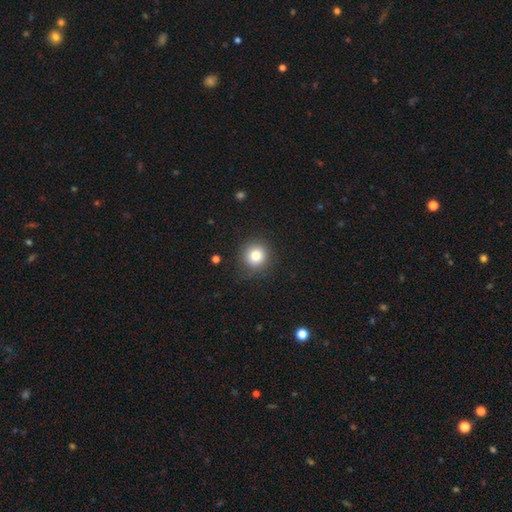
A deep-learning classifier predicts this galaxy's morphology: smooth 79%, star or artifact 12%, featured or disk 9%. Down the decision tree: how rounded — round (93%); merging — none (86%).